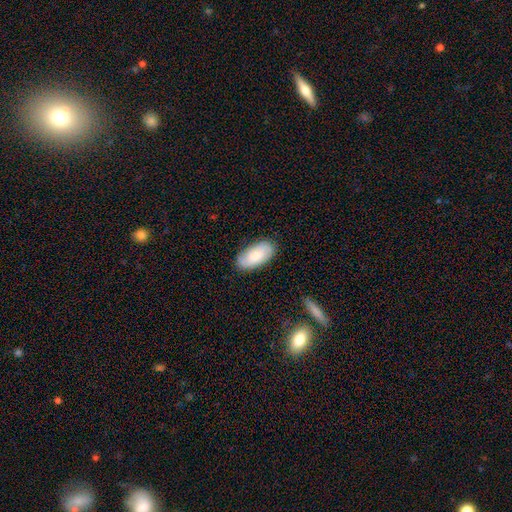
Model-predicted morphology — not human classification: Smooth or featured?
  - smooth: 70% *
  - featured or disk: 24%
  - star or artifact: 6%
How rounded?
  - in between: 94% *
  - cigar-shaped: 4%
  - round: 2%
Merging?
  - none: 84% *
  - minor disturbance: 12%
  - major disturbance: 3%
  - merger: 1%